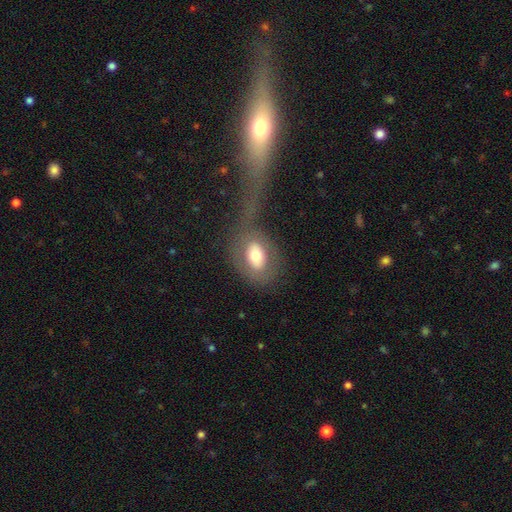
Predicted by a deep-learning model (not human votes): A smooth galaxy with no disk features (63%) that is in between round and cigar-shaped (76%).

Vote fractions:
- Smooth or featured? smooth: 63% / featured or disk: 29% / star or artifact: 8%
- How rounded? in between: 76% / round: 22% / cigar-shaped: 2%
- Merging? none: 39% / major disturbance: 32% / minor disturbance: 18% / merger: 12%